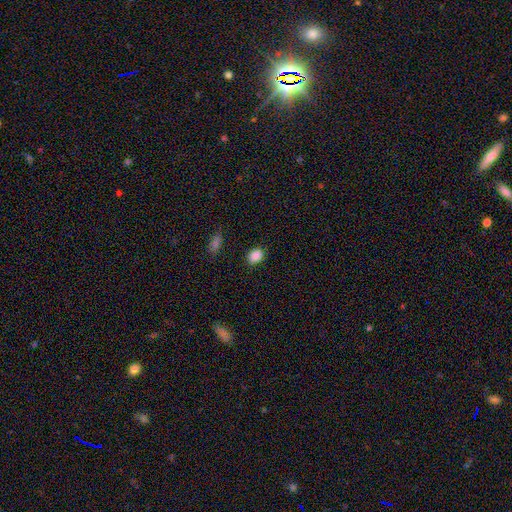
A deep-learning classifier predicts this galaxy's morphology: Overall: smooth (87%). How rounded: in between (67%; round 32%). Merging: none (85%).